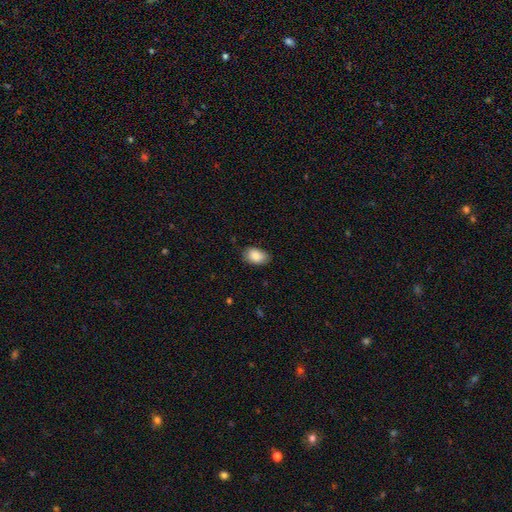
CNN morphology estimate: Smooth or featured: smooth — 87% (star or artifact — 7%)
How rounded: in between — 88% (round — 11%)
Merging: none — 77% (minor disturbance — 19%)